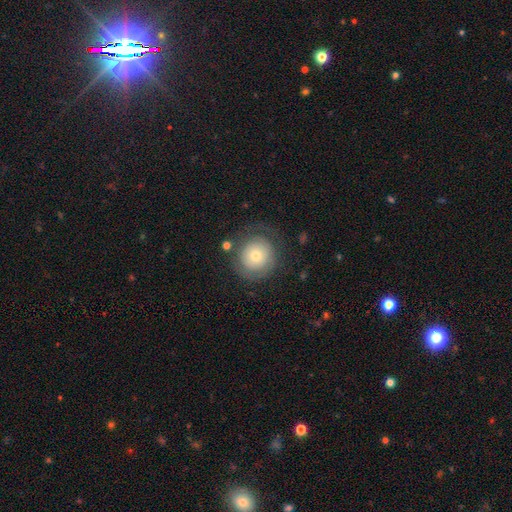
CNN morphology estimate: type=smooth (59%); roundness=round (92%); merging=none (71%).